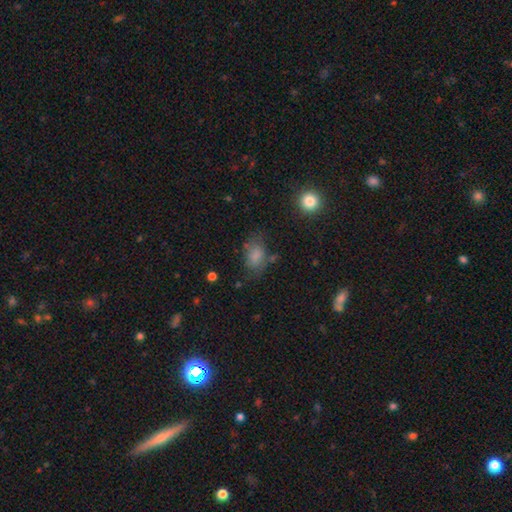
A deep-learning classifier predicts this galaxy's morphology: smooth 77%, star or artifact 12%, featured or disk 11%. Down the decision tree: how rounded — in between (85%); merging — none (58%).